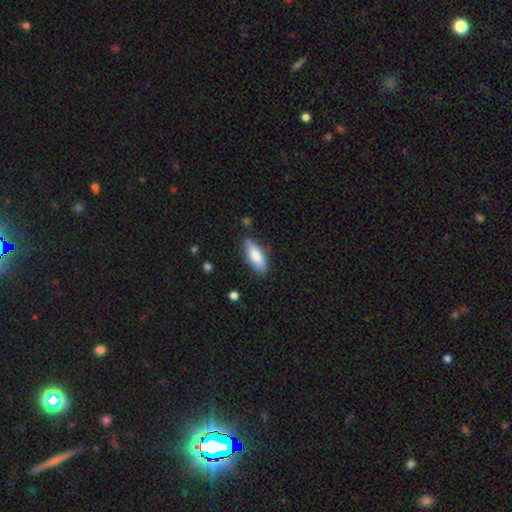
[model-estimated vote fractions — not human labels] Q: Smooth or featured?
A: smooth (81%); runner-up: featured or disk (13%)
Q: How rounded?
A: in between (76%); runner-up: cigar-shaped (22%)
Q: Merging?
A: none (79%); runner-up: minor disturbance (17%)